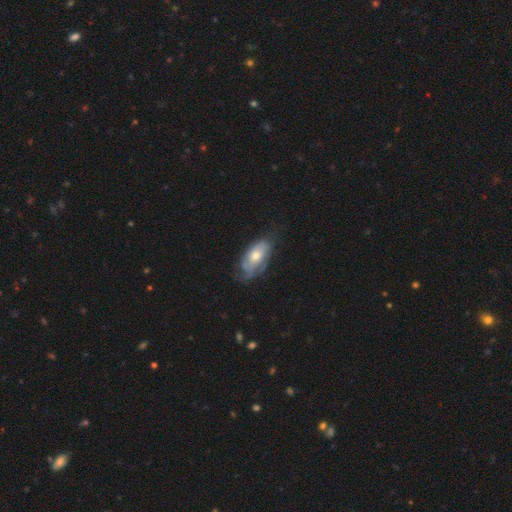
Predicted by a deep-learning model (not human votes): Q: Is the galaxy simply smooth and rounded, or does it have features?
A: featured or disk — 63%.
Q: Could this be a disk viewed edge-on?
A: no — 90%.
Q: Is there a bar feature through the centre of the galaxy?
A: no — 77%.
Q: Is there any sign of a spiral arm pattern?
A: yes — 80%.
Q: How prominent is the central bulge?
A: moderate — 66%.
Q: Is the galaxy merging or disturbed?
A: none — 60%.